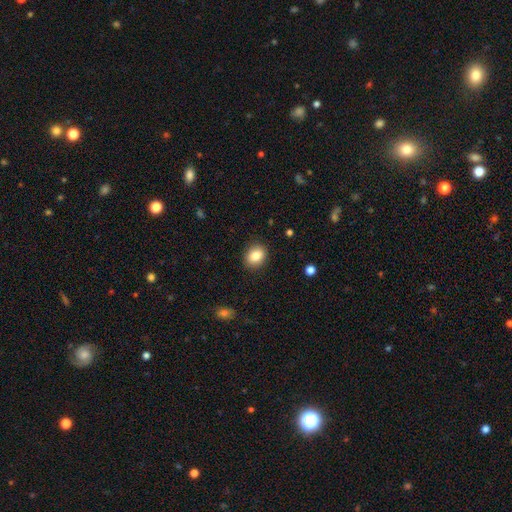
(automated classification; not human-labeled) smooth_or_featured: smooth (p=0.85) [alt: star or artifact p=0.09]
how_rounded: in between (p=0.50) [alt: round p=0.49]
merging: none (p=0.88) [alt: minor disturbance p=0.09]